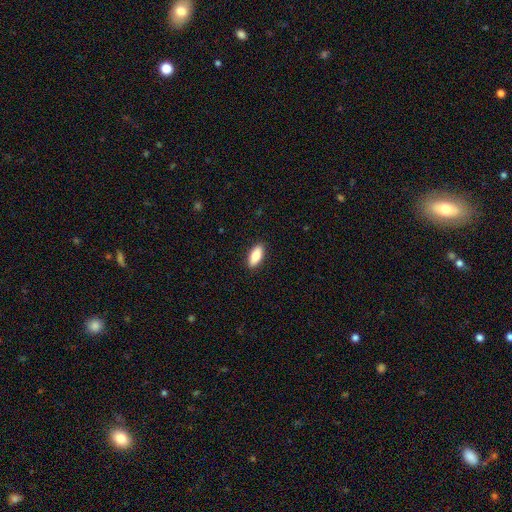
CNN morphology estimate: smooth_or_featured: smooth (p=0.82) [alt: featured or disk p=0.11]
how_rounded: in between (p=0.81) [alt: cigar-shaped p=0.16]
merging: none (p=0.90) [alt: minor disturbance p=0.07]